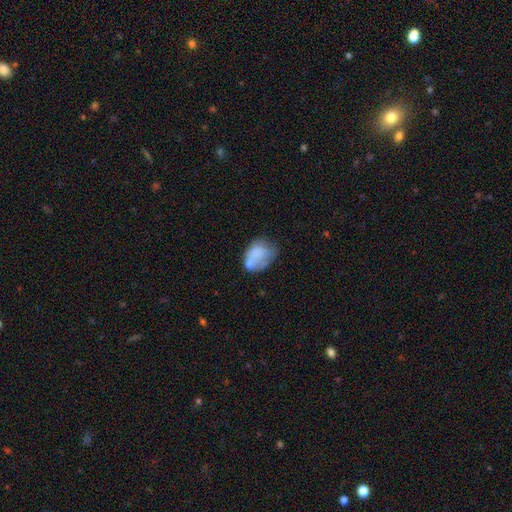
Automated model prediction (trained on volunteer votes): Q: Smooth or featured?
A: smooth (65%); runner-up: featured or disk (26%)
Q: How rounded?
A: in between (75%); runner-up: round (24%)
Q: Merging?
A: none (36%); runner-up: minor disturbance (28%)